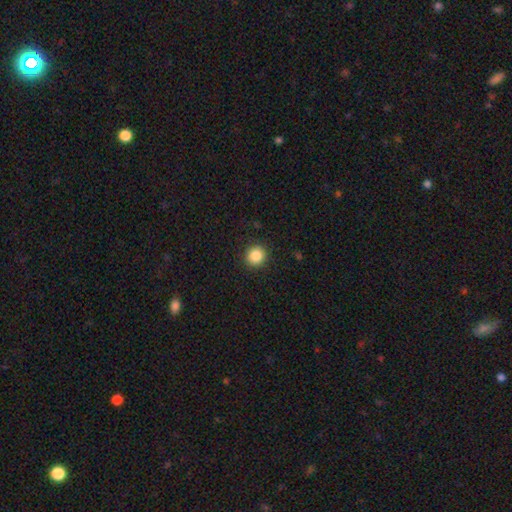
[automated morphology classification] Smooth or featured? smooth (86%)
How rounded? round (91%)
Merging? none (91%)